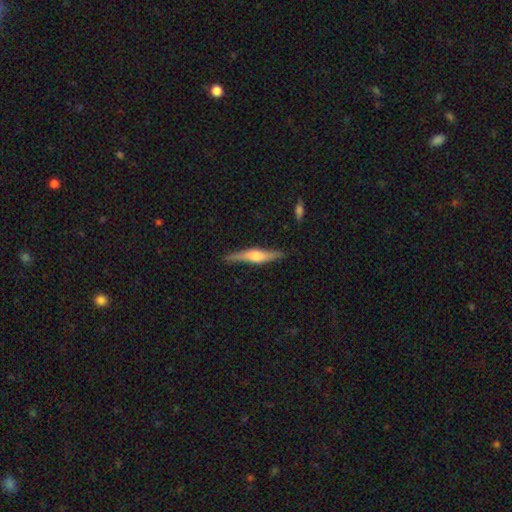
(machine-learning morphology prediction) A featured or disk galaxy (67%) viewed edge-on (97%) with a rounded central bulge (87%).

Vote fractions:
- Smooth or featured? featured or disk: 67% / smooth: 28% / star or artifact: 5%
- Edge-on disk? yes: 97% / no: 3%
- Edge-on bulge? rounded: 87% / boxy: 9% / none: 4%
- Merging? none: 86% / minor disturbance: 10% / major disturbance: 2% / merger: 1%